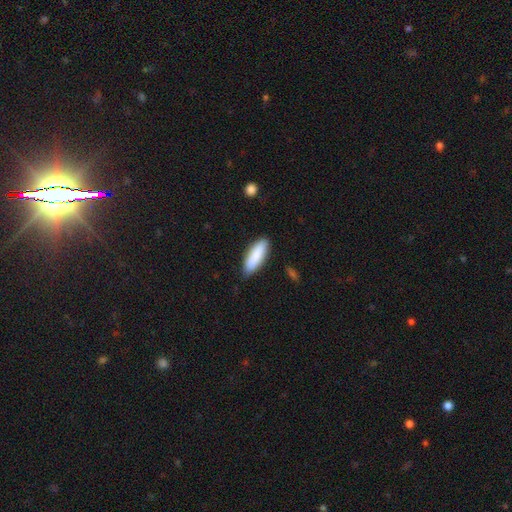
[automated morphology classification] Overall: smooth (85%). How rounded: in between (53%; cigar-shaped 46%). Merging: none (82%).